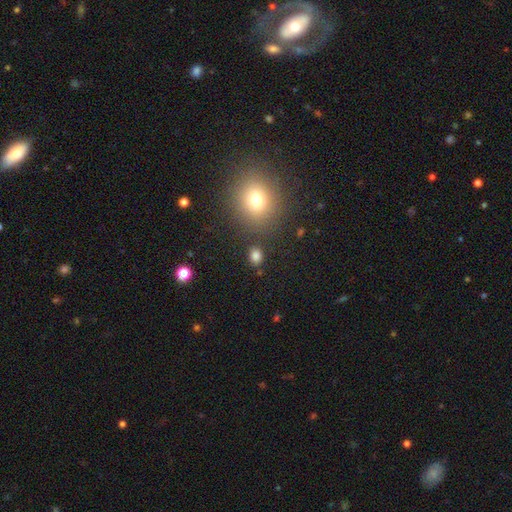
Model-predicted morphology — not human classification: Smooth or featured? Predicted: smooth (p=0.81). How rounded? Predicted: in between (p=0.49, tied with round). Merging? Predicted: none (p=0.82).